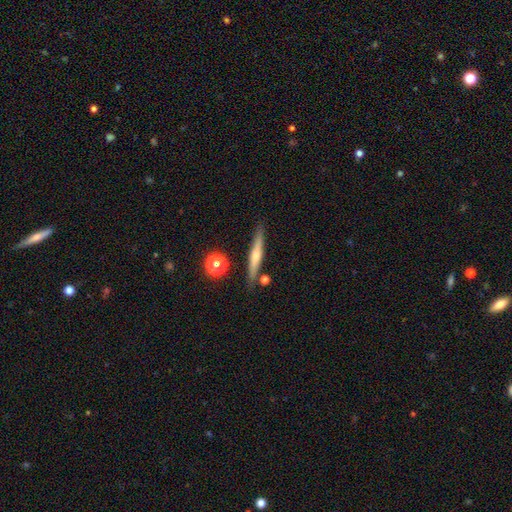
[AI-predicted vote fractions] Smooth or featured?
  - featured or disk: 50% *
  - smooth: 43%
  - star or artifact: 7%
Merging?
  - none: 84% *
  - minor disturbance: 10%
  - merger: 4%
  - major disturbance: 2%